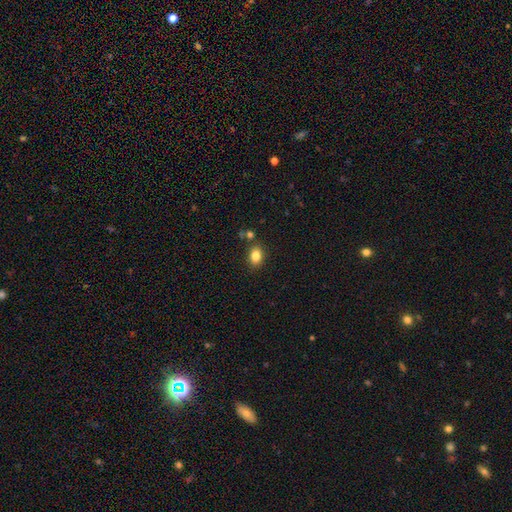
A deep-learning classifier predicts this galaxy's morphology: The model was most divided on "how rounded": in between: 70%, round: 29%, cigar-shaped: 1%. More confident: smooth or featured — smooth (84%); merging — none (81%).